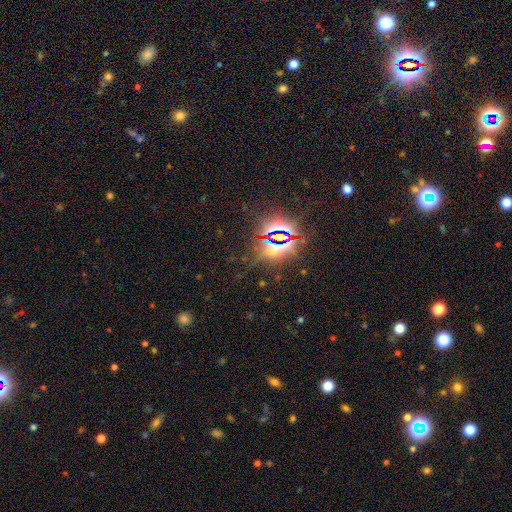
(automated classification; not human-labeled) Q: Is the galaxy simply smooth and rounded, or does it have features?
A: star or artifact — 83%.